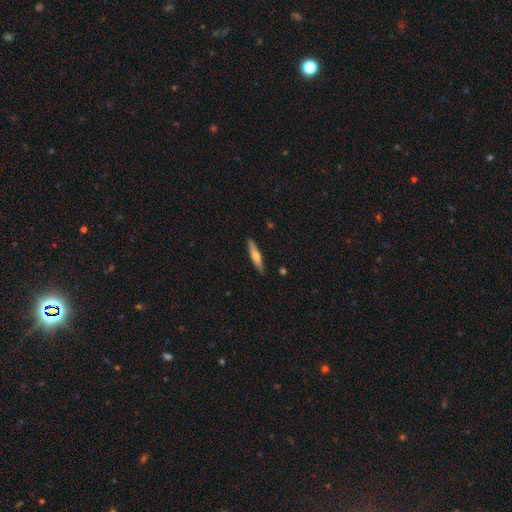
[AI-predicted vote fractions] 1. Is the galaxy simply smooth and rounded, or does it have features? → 52% smooth, 42% featured or disk, 6% star or artifact.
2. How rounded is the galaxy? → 86% cigar-shaped, 12% in between, 2% round.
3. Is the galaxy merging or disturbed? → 89% none, 8% minor disturbance, 2% major disturbance, 1% merger.